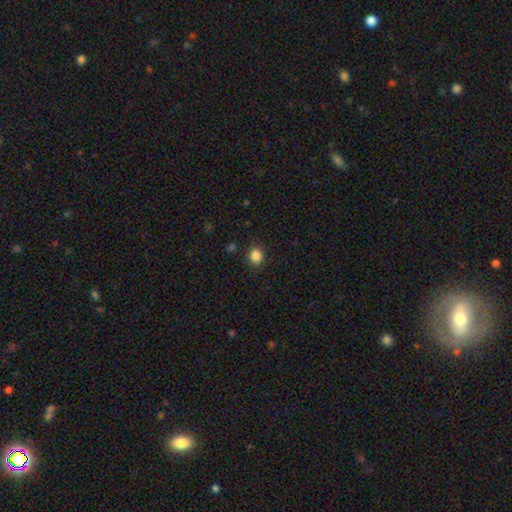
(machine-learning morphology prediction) smooth-or-featured: smooth: 86% | star or artifact: 11% | featured or disk: 3%
  how-rounded: round: 71% | in between: 28% | cigar-shaped: 1%
  merging: none: 87% | minor disturbance: 9% | major disturbance: 3% | merger: 2%